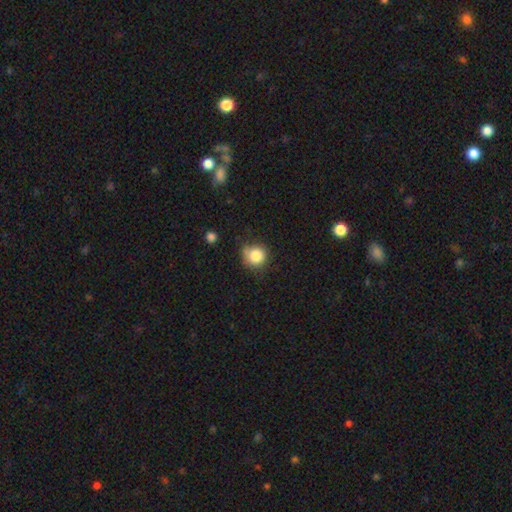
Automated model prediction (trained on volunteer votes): Morphology: type=smooth (84%); roundness=round (89%); merging=none (61%).